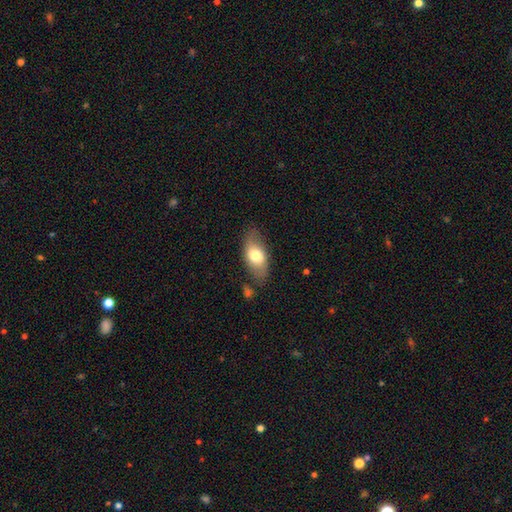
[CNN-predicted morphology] The model was most divided on "smooth or featured": smooth: 66%, featured or disk: 27%, star or artifact: 6%. More confident: how rounded — in between (89%); merging — none (74%).